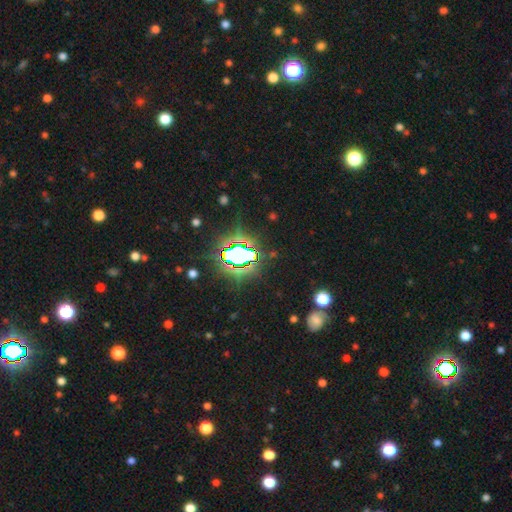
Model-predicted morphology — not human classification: star or artifact 80%, smooth 11%, featured or disk 9%.